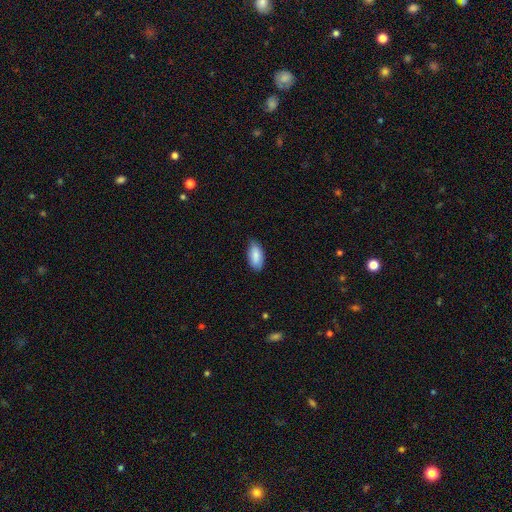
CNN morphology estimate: smooth_or_featured: smooth (p=0.87) [alt: featured or disk p=0.07]
how_rounded: in between (p=0.90) [alt: cigar-shaped p=0.08]
merging: none (p=0.80) [alt: minor disturbance p=0.17]